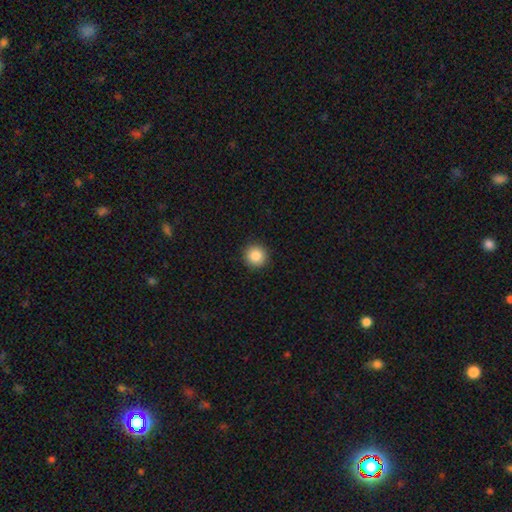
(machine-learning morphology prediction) Smooth or featured? smooth (86%)
How rounded? round (95%)
Merging? none (92%)